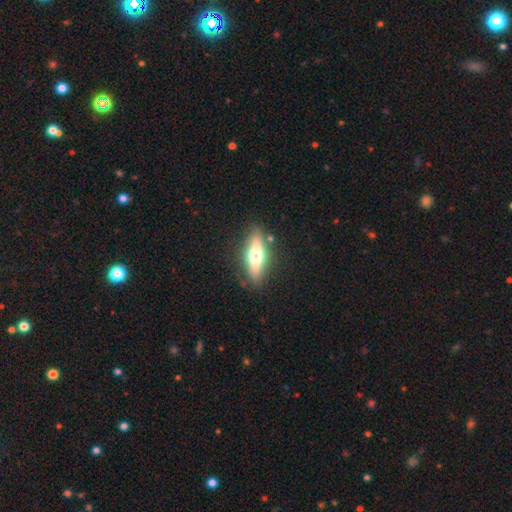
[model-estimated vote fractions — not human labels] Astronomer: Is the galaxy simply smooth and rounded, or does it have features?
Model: smooth — 49% (runner-up: featured or disk, 44%).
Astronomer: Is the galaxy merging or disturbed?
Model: none — 84%.